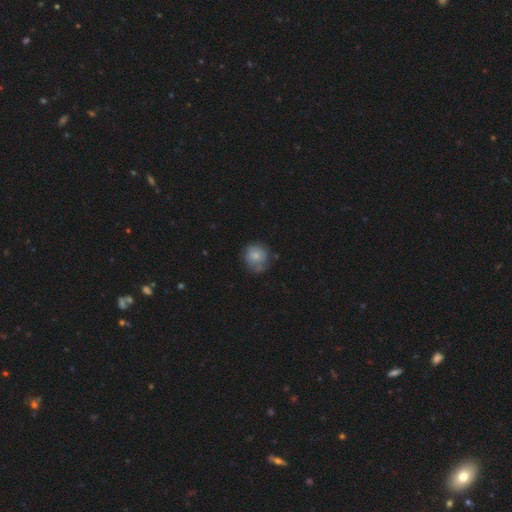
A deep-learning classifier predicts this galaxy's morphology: smooth-or-featured: smooth: 70% | featured or disk: 21% | star or artifact: 8%
  how-rounded: round: 83% | in between: 16% | cigar-shaped: 1%
  merging: none: 62% | minor disturbance: 26% | major disturbance: 9% | merger: 4%